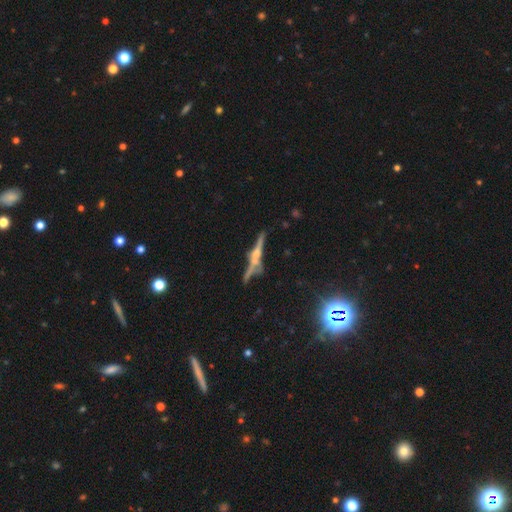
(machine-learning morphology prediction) Smooth or featured? featured or disk (67%)
Edge-on disk? yes (90%)
Edge-on bulge? rounded (73%)
Merging? none (53%)